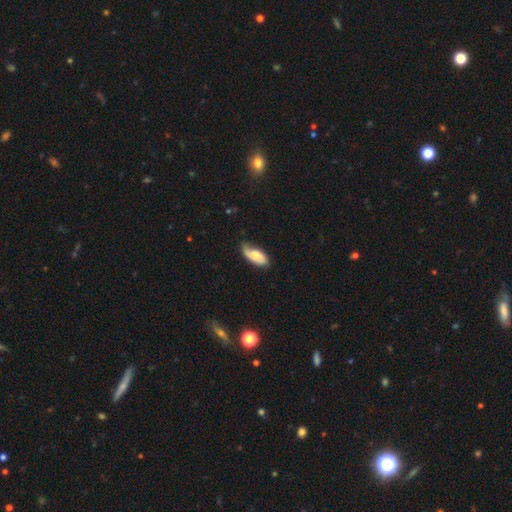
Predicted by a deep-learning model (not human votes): Smooth or featured: smooth — 51% (featured or disk — 43%)
How rounded: in between — 89% (cigar-shaped — 9%)
Merging: none — 61% (minor disturbance — 30%)